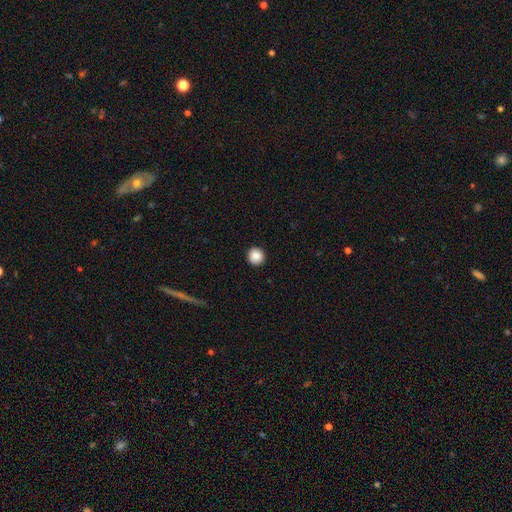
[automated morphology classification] A smooth galaxy with no disk features (86%) that is round (95%). Merging: none (93%).